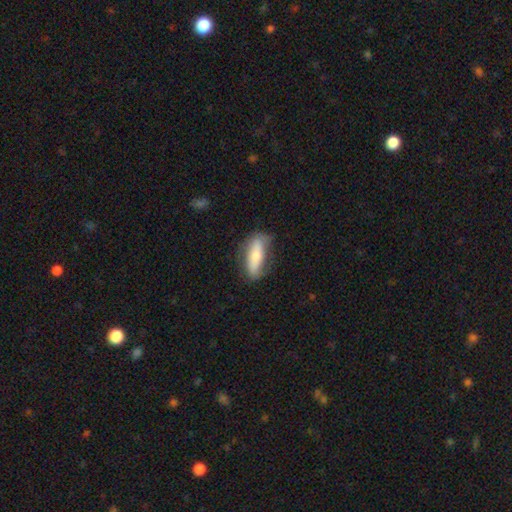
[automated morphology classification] Overall: smooth (61%; featured or disk 33%). How rounded: in between (52%; cigar-shaped 45%). Merging: none (73%).